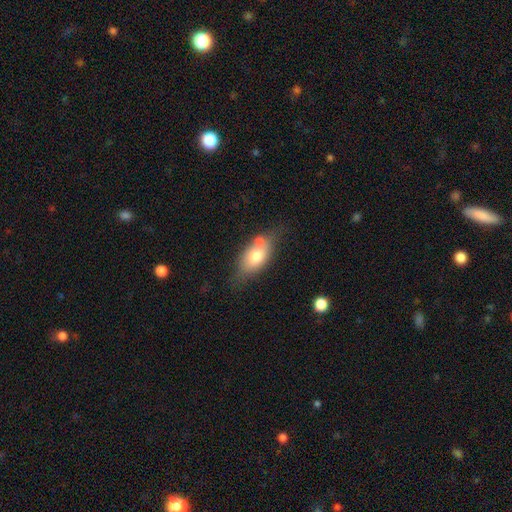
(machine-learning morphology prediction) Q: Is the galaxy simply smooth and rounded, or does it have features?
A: smooth — 68%.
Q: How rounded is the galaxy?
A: in between — 85%.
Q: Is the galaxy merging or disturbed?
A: none — 51%.